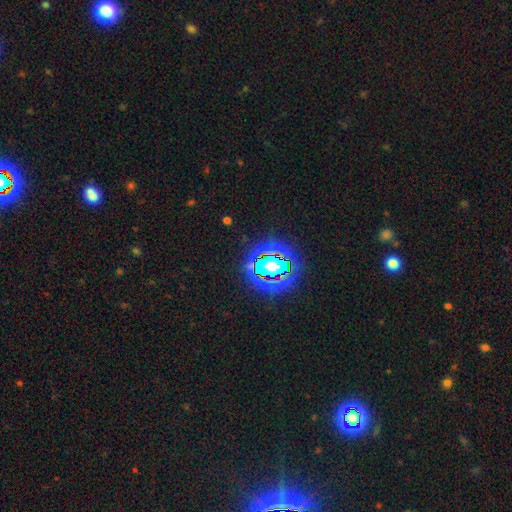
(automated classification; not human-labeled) smooth_or_featured: star or artifact (p=0.83) [alt: smooth p=0.10]